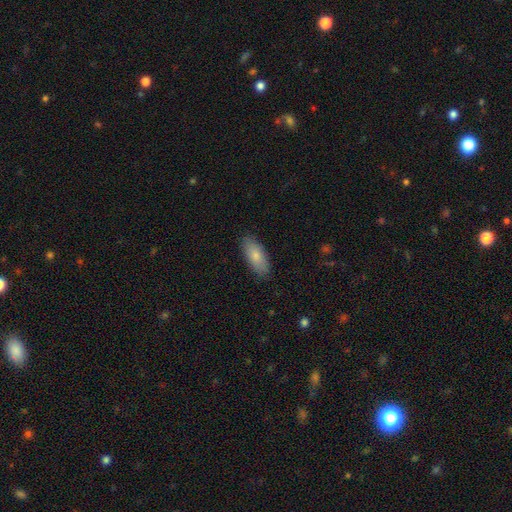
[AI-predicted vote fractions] Smooth or featured: smooth — 81% (featured or disk — 13%)
How rounded: in between — 85% (cigar-shaped — 13%)
Merging: none — 87% (minor disturbance — 10%)